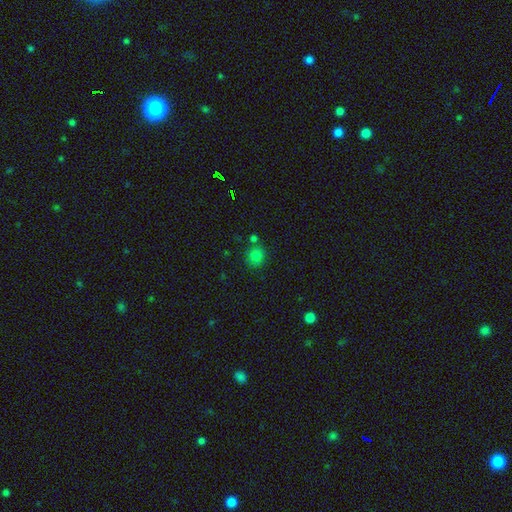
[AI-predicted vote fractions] Smooth or featured? Predicted: smooth (p=0.81). How rounded? Predicted: round (p=0.84). Merging? Predicted: none (p=0.74).